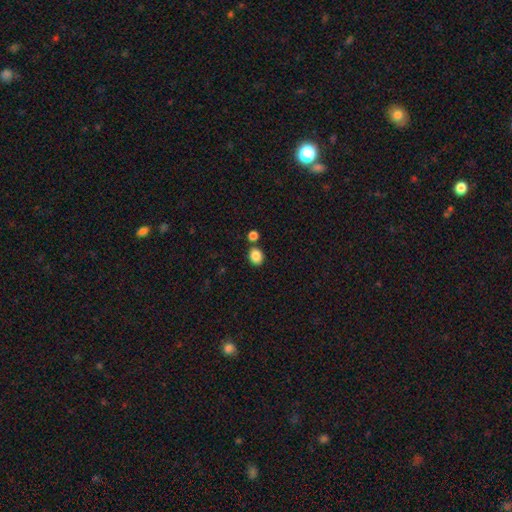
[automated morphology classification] smooth 86%, star or artifact 9%, featured or disk 5%. Down the decision tree: how rounded — round (51%); merging — none (74%).